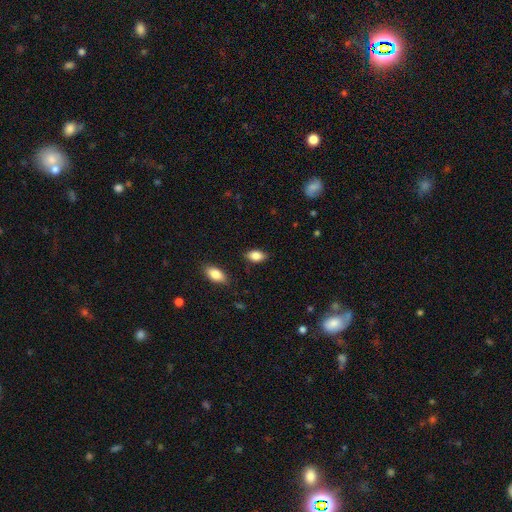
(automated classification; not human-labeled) A smooth galaxy with no disk features (85%) that is in between round and cigar-shaped (88%).

Vote fractions:
- Smooth or featured? smooth: 85% / star or artifact: 8% / featured or disk: 7%
- How rounded? in between: 88% / round: 9% / cigar-shaped: 3%
- Merging? none: 81% / minor disturbance: 14% / major disturbance: 3% / merger: 2%